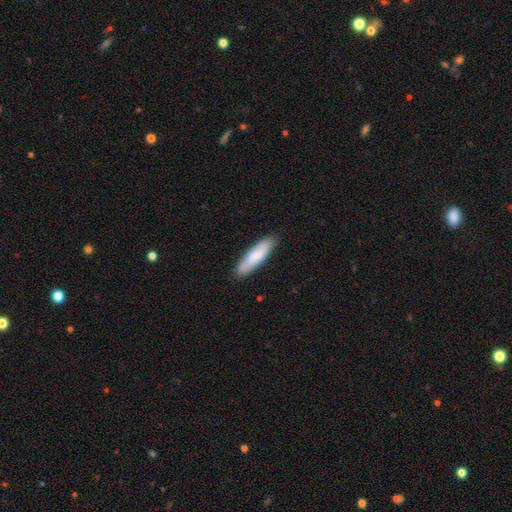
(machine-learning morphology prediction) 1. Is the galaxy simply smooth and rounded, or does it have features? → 80% smooth, 15% featured or disk, 5% star or artifact.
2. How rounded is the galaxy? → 71% cigar-shaped, 28% in between, 1% round.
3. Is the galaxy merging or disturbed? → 87% none, 10% minor disturbance, 2% major disturbance, 1% merger.